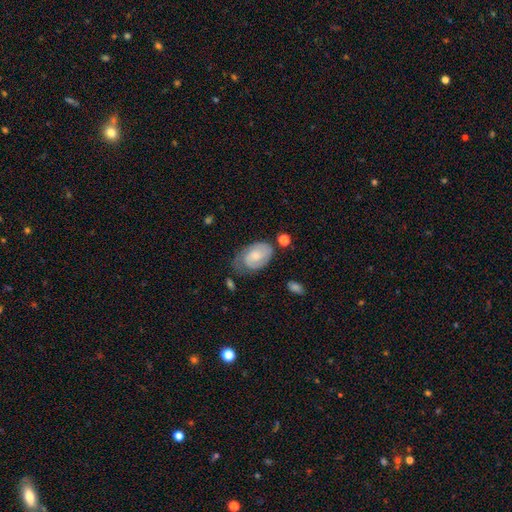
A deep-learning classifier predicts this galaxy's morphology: featured or disk 54%, smooth 39%, star or artifact 7%. Down the decision tree: edge-on disk — no (96%); bar — no (71%); spiral arms — yes (84%); bulge size — small (39%); merging — none (56%).